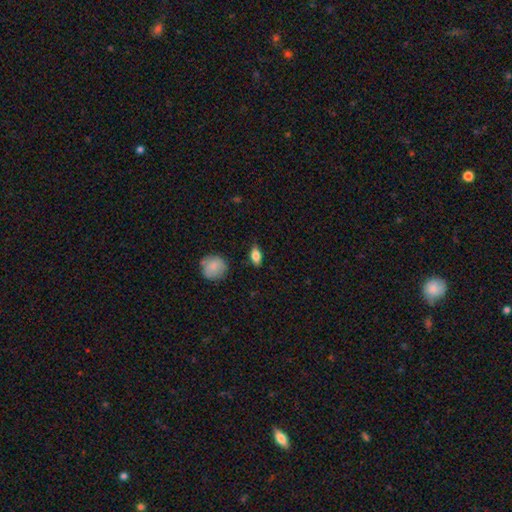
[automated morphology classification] Smooth or featured? smooth (78%)
How rounded? in between (83%)
Merging? none (80%)